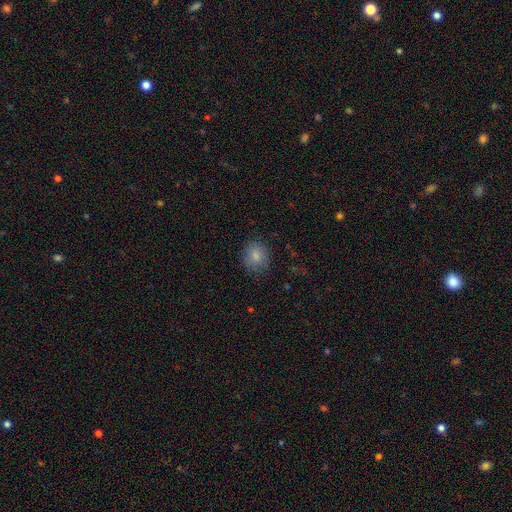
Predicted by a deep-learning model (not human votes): Morphology: type=smooth (83%); roundness=round (71%); merging=none (81%).